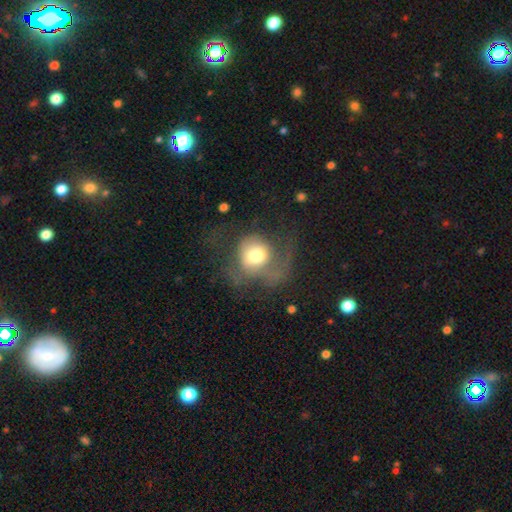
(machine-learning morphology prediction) smooth-or-featured: smooth: 60% | featured or disk: 29% | star or artifact: 11%
  how-rounded: round: 76% | in between: 23% | cigar-shaped: 1%
  merging: major disturbance: 49% | none: 28% | minor disturbance: 20% | merger: 3%